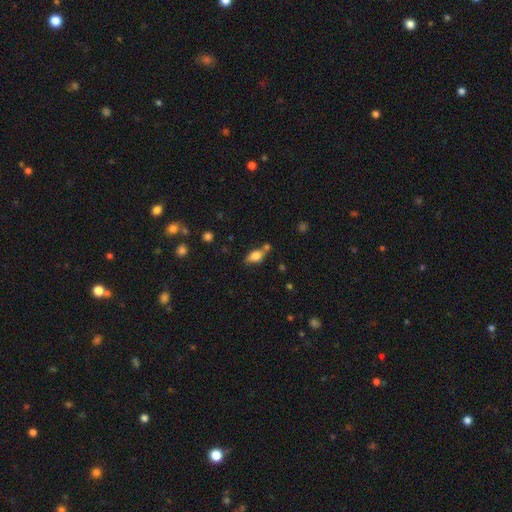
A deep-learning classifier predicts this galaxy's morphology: A smooth galaxy with no disk features (72%) that is in between round and cigar-shaped (82%).

Vote fractions:
- Smooth or featured? smooth: 72% / featured or disk: 19% / star or artifact: 9%
- How rounded? in between: 82% / cigar-shaped: 10% / round: 7%
- Merging? none: 58% / merger: 19% / minor disturbance: 17% / major disturbance: 5%